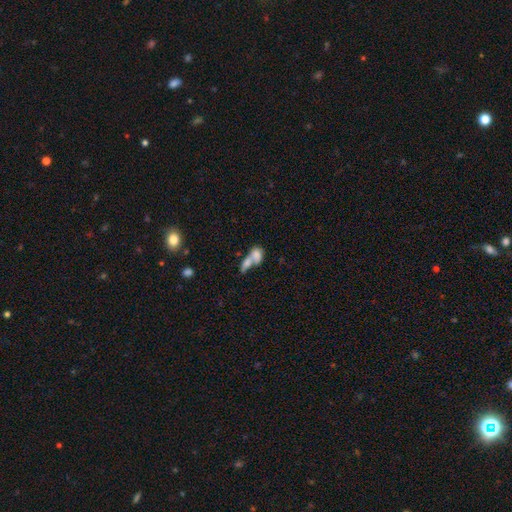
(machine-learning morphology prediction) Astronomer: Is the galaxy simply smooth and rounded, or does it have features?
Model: smooth — 70%.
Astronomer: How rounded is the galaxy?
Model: in between — 71%.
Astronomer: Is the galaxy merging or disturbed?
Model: merger — 72%.